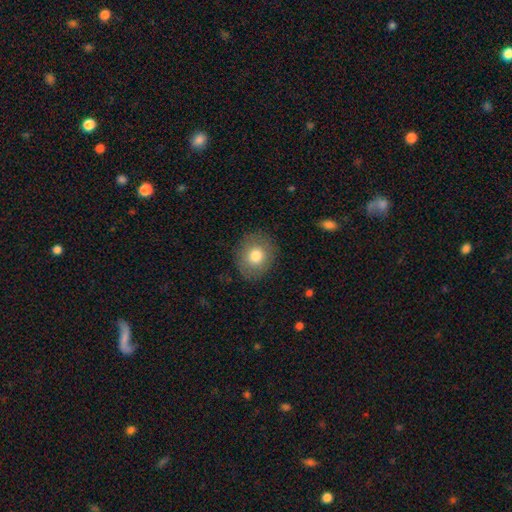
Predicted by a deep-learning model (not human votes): smooth 77%, featured or disk 14%, star or artifact 9%. Down the decision tree: how rounded — round (72%); merging — none (86%).